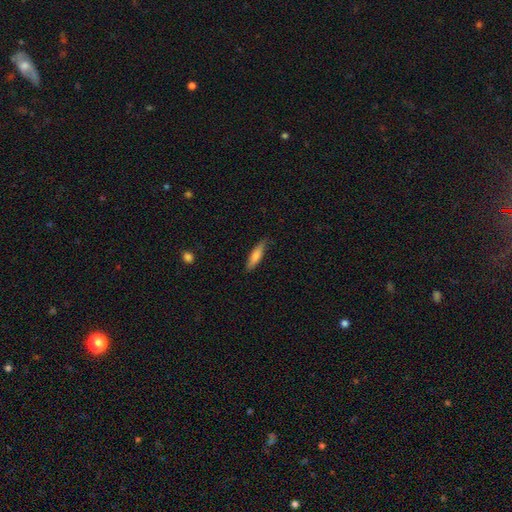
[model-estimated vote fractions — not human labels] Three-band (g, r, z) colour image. It shows a smooth galaxy with no disk features (71%) that is cigar-shaped (72%). Merging: none (83%).